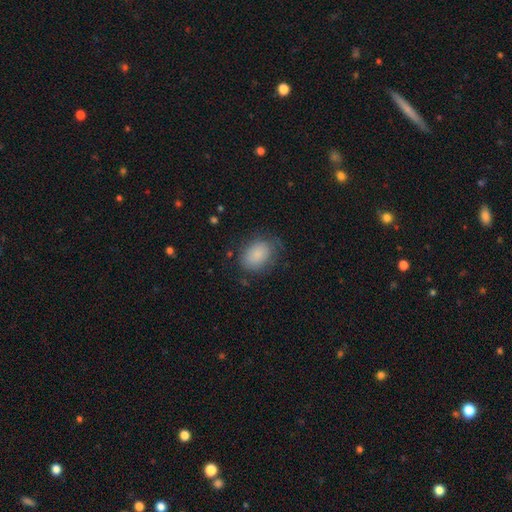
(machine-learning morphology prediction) A smooth galaxy with no disk features (82%) that is in between round and cigar-shaped (73%).

Vote fractions:
- Smooth or featured? smooth: 82% / featured or disk: 10% / star or artifact: 8%
- How rounded? in between: 73% / round: 26% / cigar-shaped: 1%
- Merging? none: 65% / minor disturbance: 23% / major disturbance: 11% / merger: 2%